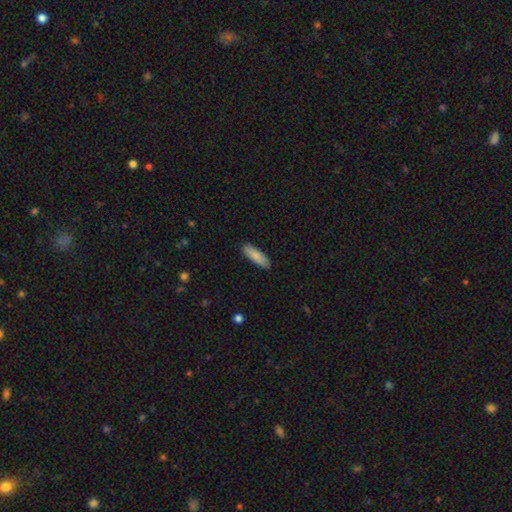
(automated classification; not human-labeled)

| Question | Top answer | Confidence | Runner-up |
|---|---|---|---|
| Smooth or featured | smooth | 85% | featured or disk (9%) |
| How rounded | cigar-shaped | 51% | in between (48%) |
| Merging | none | 88% | minor disturbance (9%) |